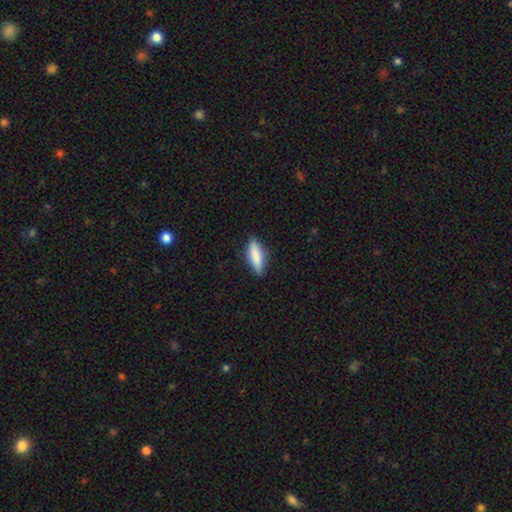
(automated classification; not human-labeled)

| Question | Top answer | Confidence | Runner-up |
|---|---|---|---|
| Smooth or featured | smooth | 82% | featured or disk (12%) |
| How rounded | cigar-shaped | 50% | in between (48%) |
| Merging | none | 86% | minor disturbance (11%) |